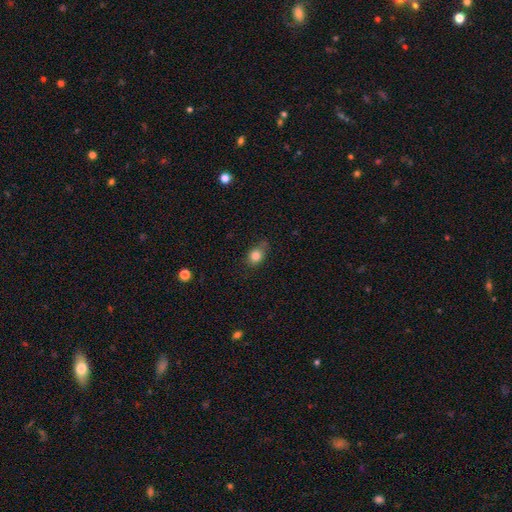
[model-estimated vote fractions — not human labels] smooth_or_featured: smooth (p=0.81) [alt: star or artifact p=0.10]
how_rounded: in between (p=0.51) [alt: round p=0.47]
merging: none (p=0.61) [alt: minor disturbance p=0.30]